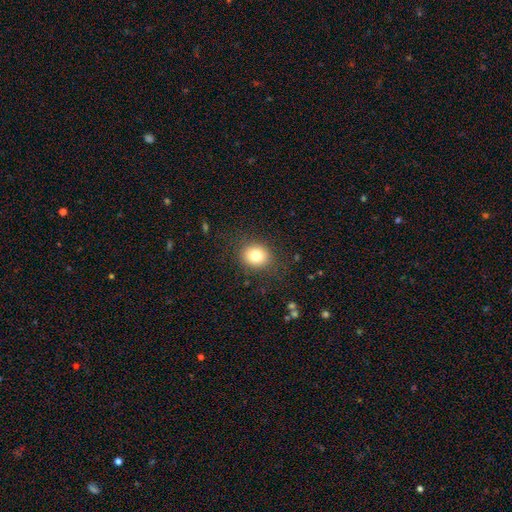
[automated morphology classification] Smooth or featured? Predicted: smooth (p=0.79). How rounded? Predicted: round (p=0.72). Merging? Predicted: none (p=0.85).